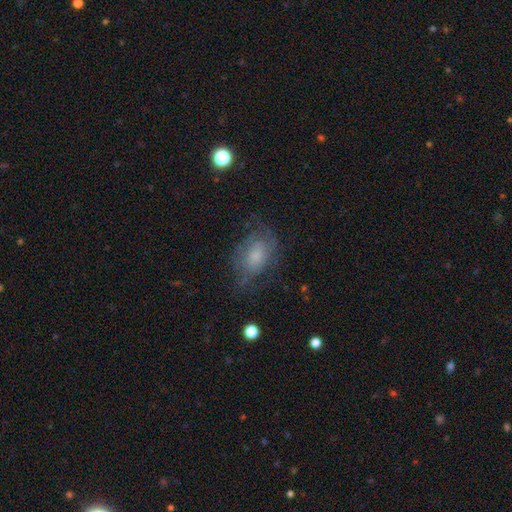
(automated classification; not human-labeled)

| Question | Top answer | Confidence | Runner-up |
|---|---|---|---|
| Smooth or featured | featured or disk | 45% | smooth (44%) |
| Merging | none | 54% | minor disturbance (25%) |